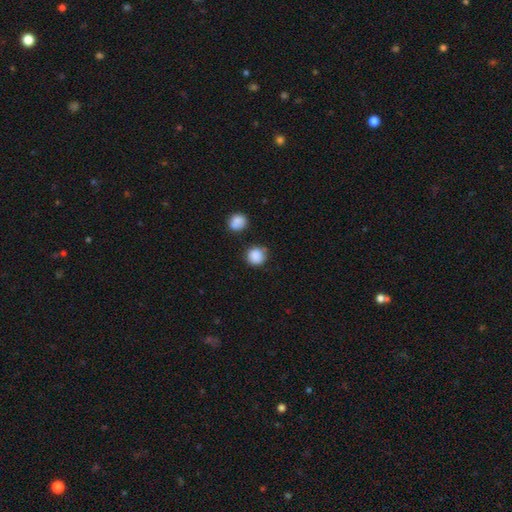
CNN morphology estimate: Smooth or featured: smooth — 87% (star or artifact — 9%)
How rounded: round — 90% (in between — 9%)
Merging: none — 78% (minor disturbance — 13%)